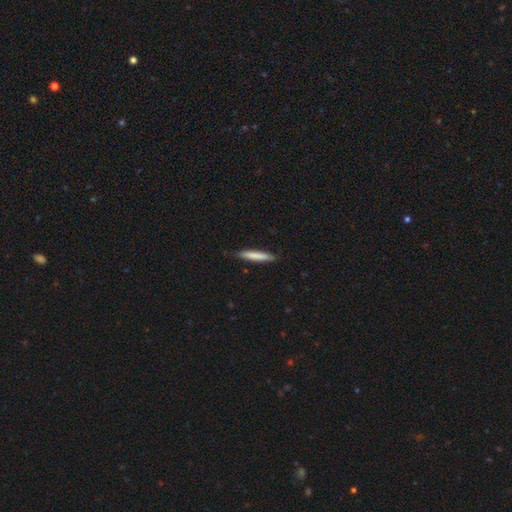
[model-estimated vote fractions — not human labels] Smooth or featured?
  - smooth: 77% *
  - featured or disk: 18%
  - star or artifact: 6%
How rounded?
  - cigar-shaped: 92% *
  - in between: 7%
  - round: 1%
Merging?
  - none: 85% *
  - minor disturbance: 12%
  - major disturbance: 2%
  - merger: 1%